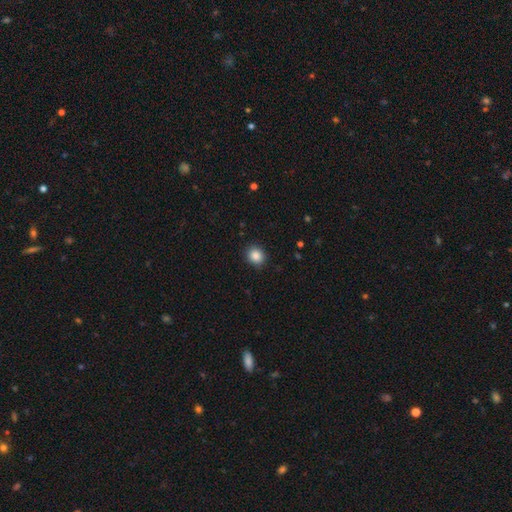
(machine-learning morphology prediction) Smooth or featured? smooth (87%)
How rounded? round (78%)
Merging? none (89%)